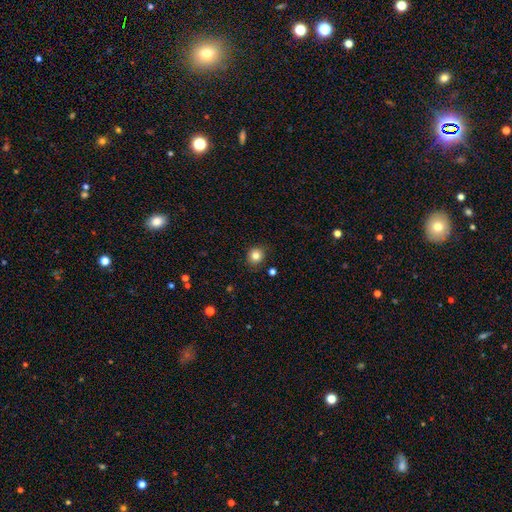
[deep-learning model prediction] smooth_or_featured: smooth (p=0.83) [alt: star or artifact p=0.11]
how_rounded: round (p=0.86) [alt: in between p=0.13]
merging: none (p=0.87) [alt: minor disturbance p=0.09]